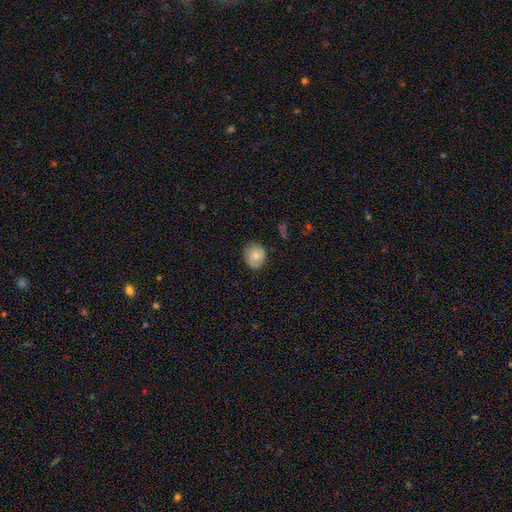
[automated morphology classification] A smooth galaxy with no disk features (75%) that is round (66%).

Vote fractions:
- Smooth or featured? smooth: 75% / featured or disk: 18% / star or artifact: 7%
- How rounded? round: 66% / in between: 33% / cigar-shaped: 1%
- Merging? none: 77% / minor disturbance: 18% / major disturbance: 4% / merger: 1%